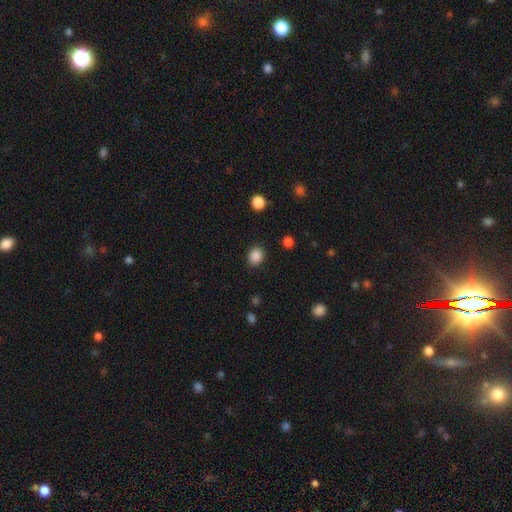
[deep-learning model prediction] A smooth galaxy with no disk features (87%) that is round (57%).

Vote fractions:
- Smooth or featured? smooth: 87% / star or artifact: 10% / featured or disk: 3%
- How rounded? round: 57% / in between: 42% / cigar-shaped: 1%
- Merging? none: 87% / minor disturbance: 8% / major disturbance: 3% / merger: 1%